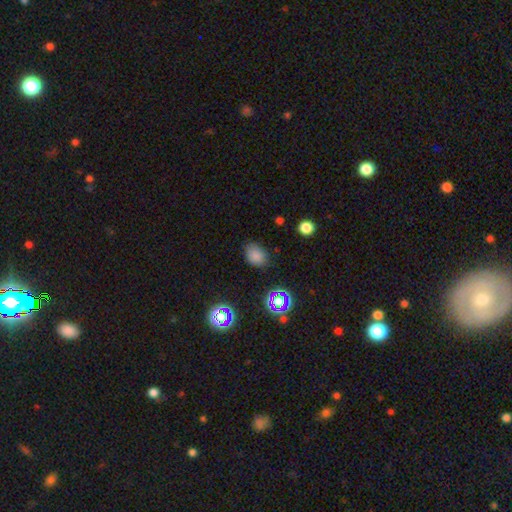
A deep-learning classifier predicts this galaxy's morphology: smooth 78%, star or artifact 16%, featured or disk 6%. Down the decision tree: how rounded — in between (68%); merging — none (77%).